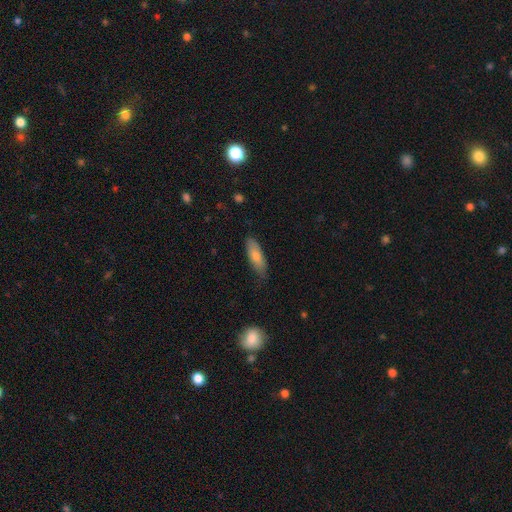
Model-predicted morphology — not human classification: smooth_or_featured: smooth (p=0.73) [alt: featured or disk p=0.20]
how_rounded: in between (p=0.51) [alt: cigar-shaped p=0.47]
merging: none (p=0.74) [alt: minor disturbance p=0.22]